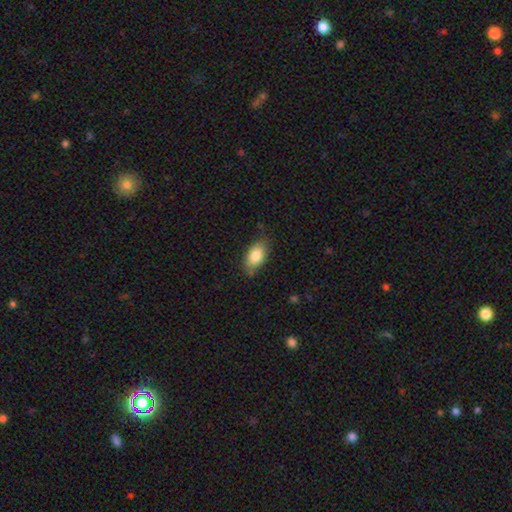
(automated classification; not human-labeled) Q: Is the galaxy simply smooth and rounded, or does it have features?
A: smooth — 82%.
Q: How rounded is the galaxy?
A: in between — 91%.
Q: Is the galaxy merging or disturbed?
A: none — 74%.